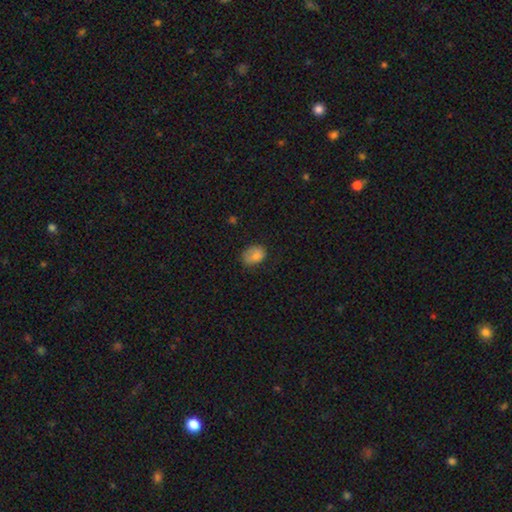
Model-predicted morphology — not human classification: A smooth galaxy with no disk features (80%) that is in between round and cigar-shaped (74%). Merging: none (58%).